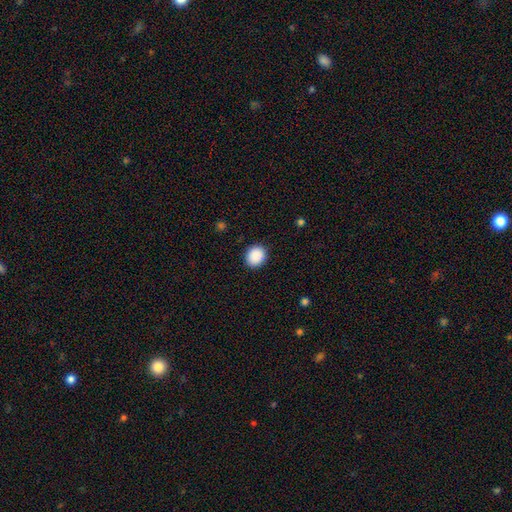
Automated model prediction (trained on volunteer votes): smooth_or_featured: smooth (p=0.90) [alt: star or artifact p=0.08]
how_rounded: round (p=0.73) [alt: in between p=0.27]
merging: none (p=0.90) [alt: minor disturbance p=0.07]